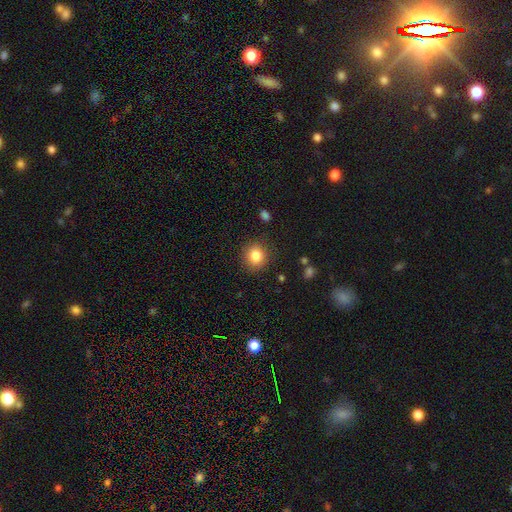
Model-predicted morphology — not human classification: smooth 84%, star or artifact 10%, featured or disk 6%. Down the decision tree: how rounded — round (85%); merging — none (86%).